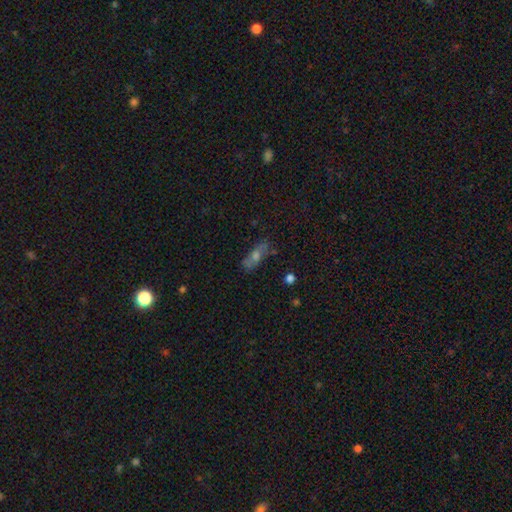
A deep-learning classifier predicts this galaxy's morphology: smooth-or-featured: featured or disk: 43% (tied) | smooth: 43% (tied) | star or artifact: 14%
  merging: none: 74% | minor disturbance: 17% | major disturbance: 6% | merger: 3%